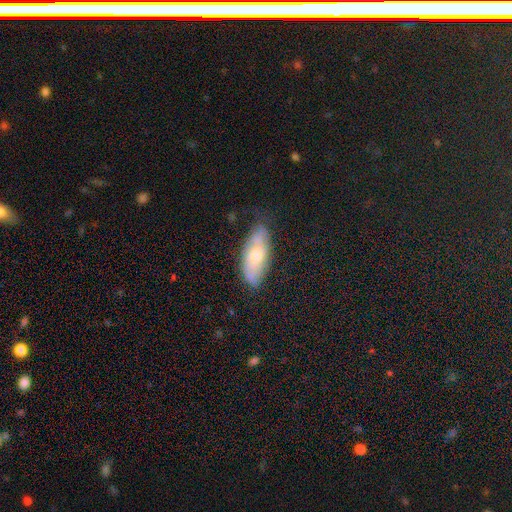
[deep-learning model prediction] smooth_or_featured: smooth (p=0.49) [alt: featured or disk p=0.44]
merging: none (p=0.71) [alt: minor disturbance p=0.23]